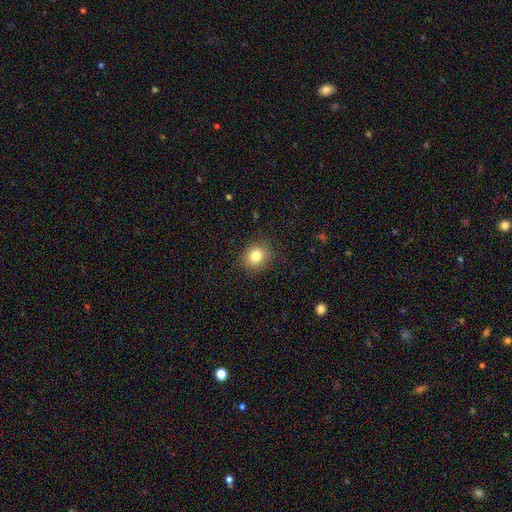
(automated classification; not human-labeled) The model was most divided on "how rounded": round: 73%, in between: 26%, cigar-shaped: 1%. More confident: merging — none (87%); smooth or featured — smooth (81%).